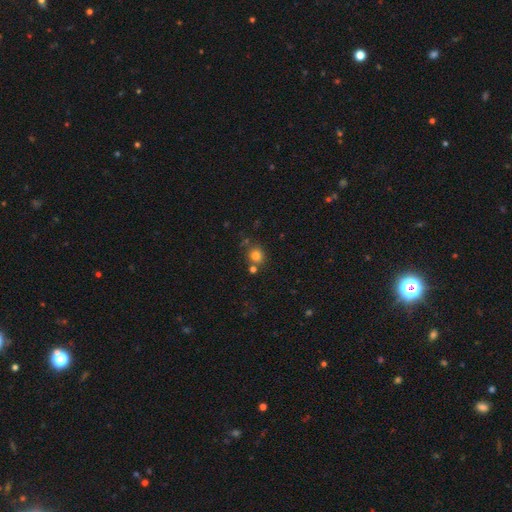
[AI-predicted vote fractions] Smooth or featured? Predicted: smooth (p=0.80). How rounded? Predicted: round (p=0.84). Merging? Predicted: none (p=0.70).